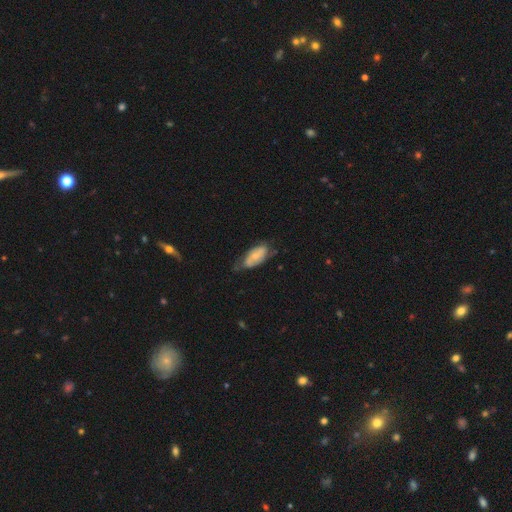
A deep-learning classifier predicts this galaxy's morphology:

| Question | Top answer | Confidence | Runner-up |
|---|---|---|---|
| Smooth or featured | smooth | 49% | featured or disk (45%) |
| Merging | none | 51% | minor disturbance (36%) |